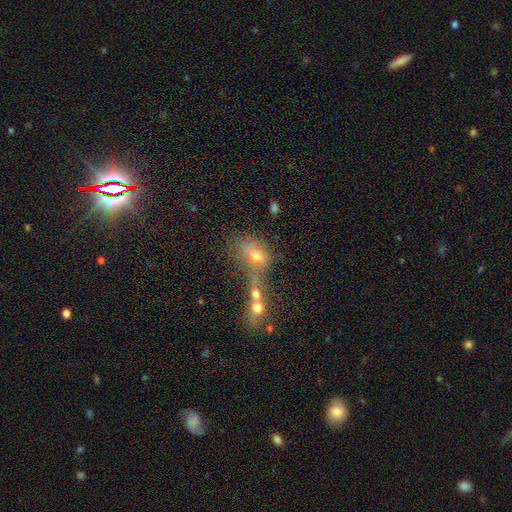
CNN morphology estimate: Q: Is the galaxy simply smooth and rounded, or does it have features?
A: smooth — 42%.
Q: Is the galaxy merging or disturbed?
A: merger — 59%.